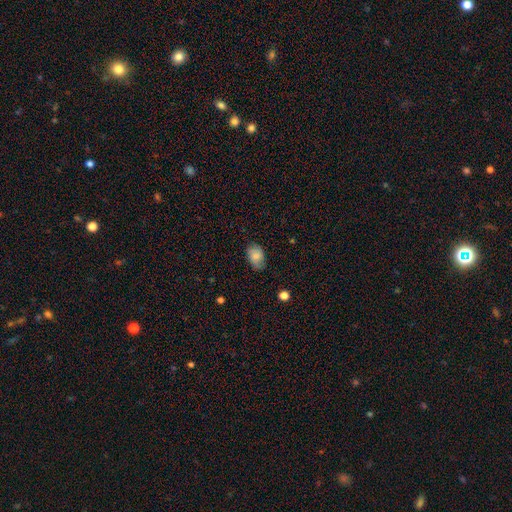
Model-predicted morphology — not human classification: The model was most divided on "merging": none: 73%, minor disturbance: 22%, major disturbance: 4%, merger: 1%. More confident: how rounded — in between (83%); smooth or featured — smooth (79%).